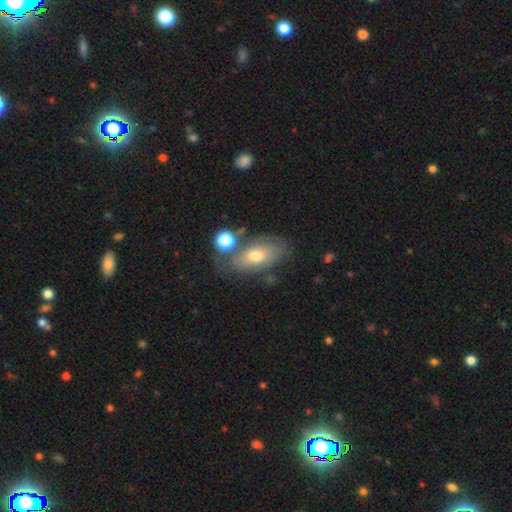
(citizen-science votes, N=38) Volunteers were most divided on "spiral arms" (2-way tie): yes: 50%, no: 50%. More confident: edge-on disk — no (95%); bar — no (80%); spiral winding — tight (70%); spiral arm count — can't tell (60%); smooth or featured — featured or disk (55%); merging — none (51%); bulge size — small (50%).